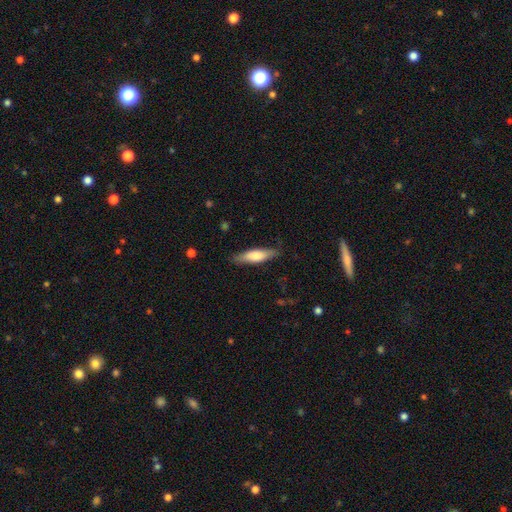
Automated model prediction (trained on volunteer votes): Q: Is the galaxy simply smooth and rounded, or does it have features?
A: smooth — 69%.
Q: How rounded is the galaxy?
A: cigar-shaped — 66%.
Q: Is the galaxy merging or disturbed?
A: none — 84%.